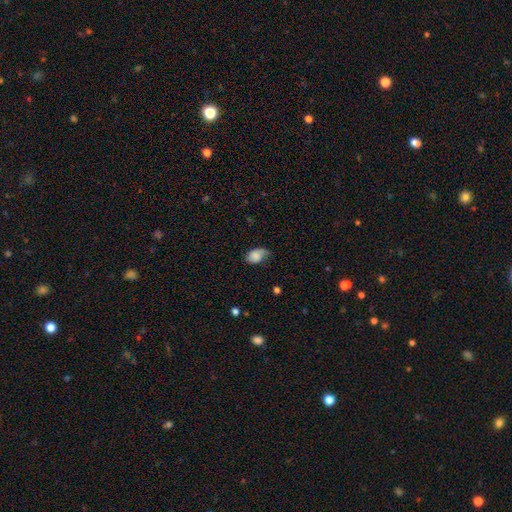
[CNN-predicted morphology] Smooth or featured: smooth — 77% (featured or disk — 15%)
How rounded: in between — 83% (round — 15%)
Merging: minor disturbance — 41% (none — 39%)